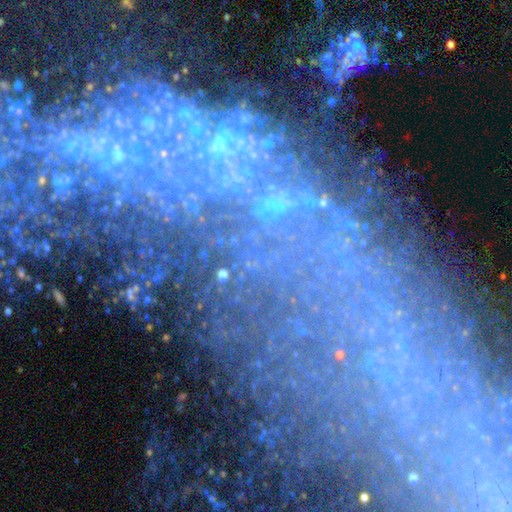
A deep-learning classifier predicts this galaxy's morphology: type=star or artifact (62%).